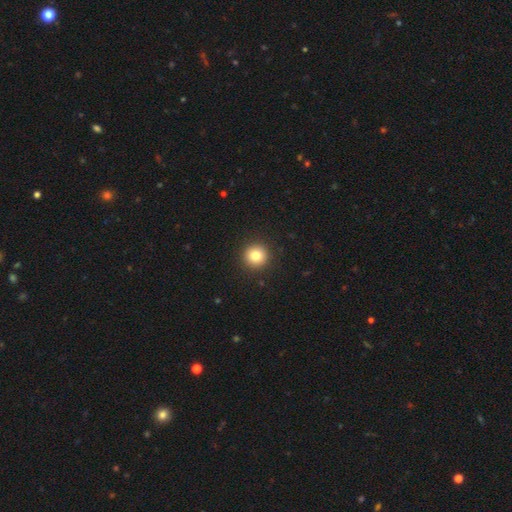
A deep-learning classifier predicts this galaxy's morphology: type=smooth (82%); roundness=round (95%); merging=none (93%).